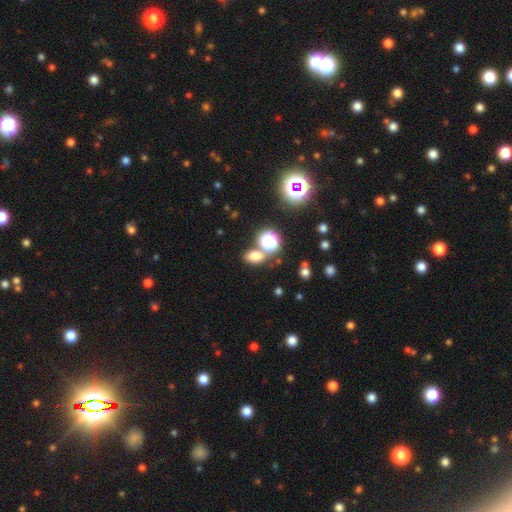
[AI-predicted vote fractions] Smooth or featured?
  - smooth: 70% *
  - star or artifact: 23%
  - featured or disk: 8%
How rounded?
  - in between: 68% *
  - round: 30%
  - cigar-shaped: 2%
Merging?
  - none: 69% *
  - merger: 17%
  - minor disturbance: 10%
  - major disturbance: 4%